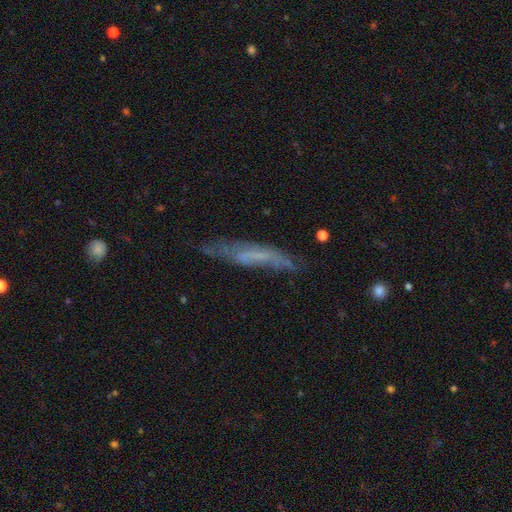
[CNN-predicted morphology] Overall: featured or disk (52%; smooth 38%). Edge-on disk: yes (60%; no 40%). Merging: none (61%; minor disturbance 26%).